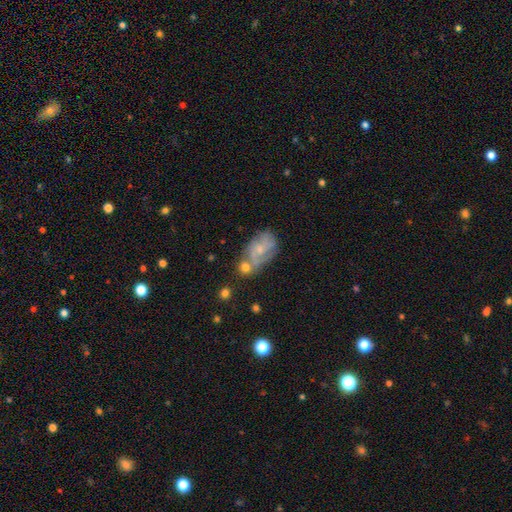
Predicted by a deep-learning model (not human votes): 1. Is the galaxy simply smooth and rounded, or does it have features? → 42% featured or disk, 37% smooth, 21% star or artifact.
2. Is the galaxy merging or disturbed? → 49% none, 20% minor disturbance, 20% merger, 10% major disturbance.